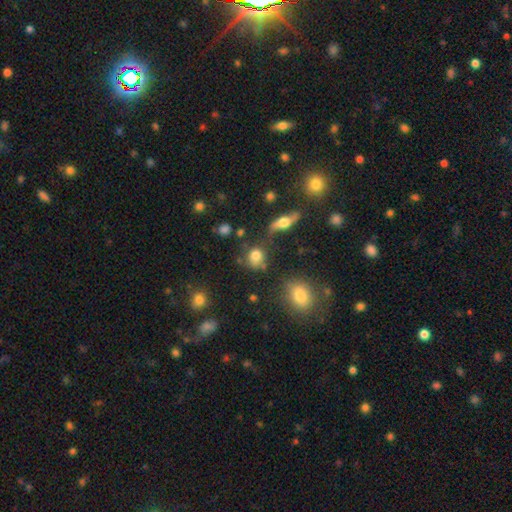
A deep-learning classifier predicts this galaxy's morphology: Overall: smooth (75%). How rounded: round (72%). Merging: none (61%).